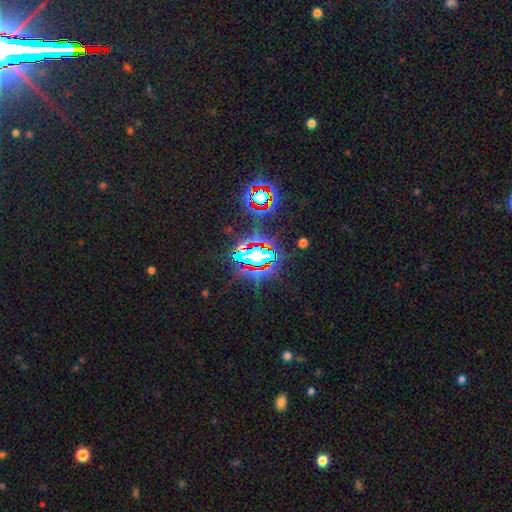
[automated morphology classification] Smooth or featured? Predicted: star or artifact (p=0.72).